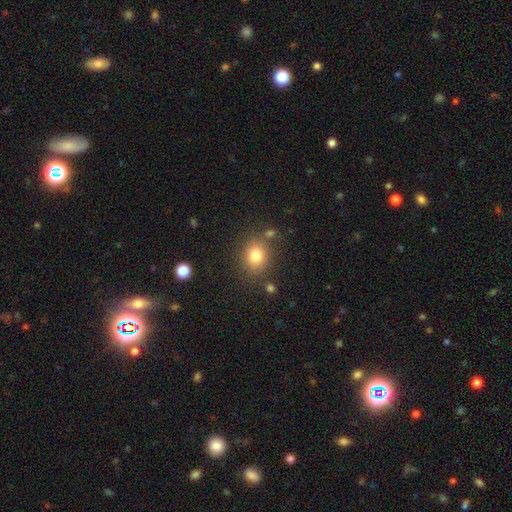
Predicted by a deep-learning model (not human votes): Smooth or featured: smooth — 80% (star or artifact — 12%)
How rounded: round — 68% (in between — 31%)
Merging: none — 78% (minor disturbance — 11%)